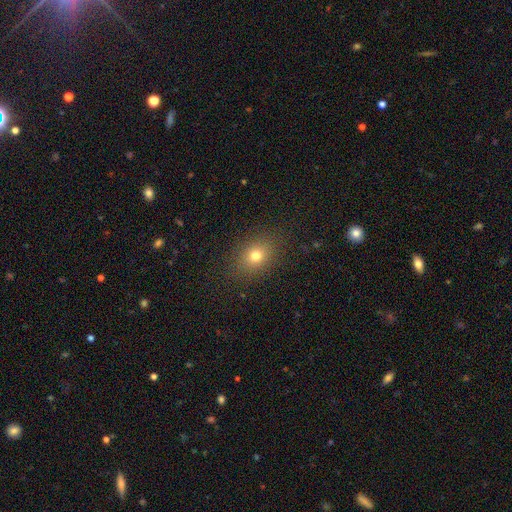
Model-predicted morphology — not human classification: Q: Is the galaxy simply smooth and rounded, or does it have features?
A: smooth — 75%.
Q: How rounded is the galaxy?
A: in between — 58%.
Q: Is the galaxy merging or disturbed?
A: none — 86%.